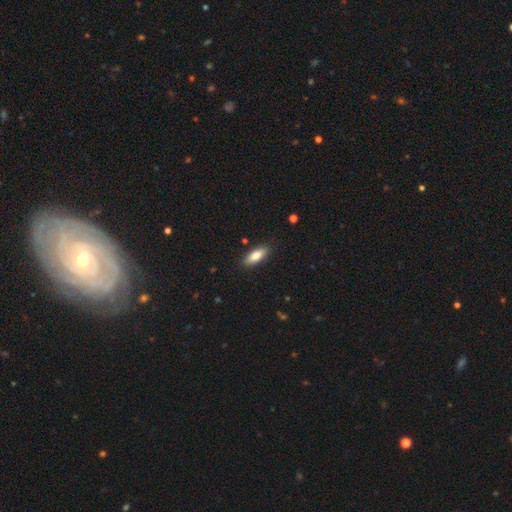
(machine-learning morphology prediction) This appears to be a smooth galaxy with no disk features (82%) that is in between round and cigar-shaped (74%). Merging: none (88%).